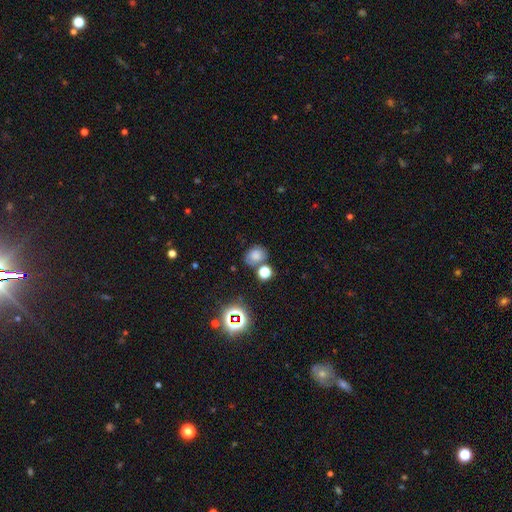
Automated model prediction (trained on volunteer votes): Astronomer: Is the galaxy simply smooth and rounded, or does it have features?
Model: smooth — 70%.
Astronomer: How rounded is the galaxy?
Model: round — 50% (runner-up: in between, 49%).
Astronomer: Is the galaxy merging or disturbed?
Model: none — 62%.